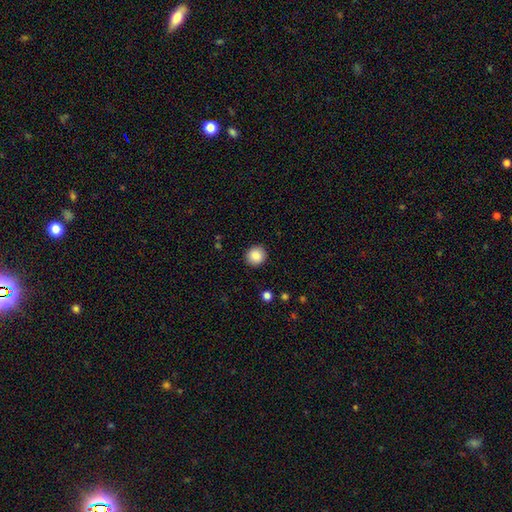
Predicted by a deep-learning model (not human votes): Smooth or featured?
  - smooth: 88% *
  - star or artifact: 9%
  - featured or disk: 3%
How rounded?
  - round: 92% *
  - in between: 7%
  - cigar-shaped: 1%
Merging?
  - none: 91% *
  - minor disturbance: 6%
  - major disturbance: 2%
  - merger: 1%